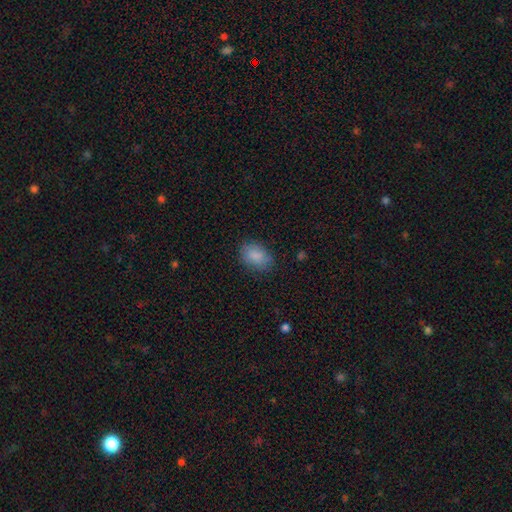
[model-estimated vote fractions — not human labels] smooth 86%, star or artifact 8%, featured or disk 6%. Down the decision tree: how rounded — in between (78%); merging — none (79%).